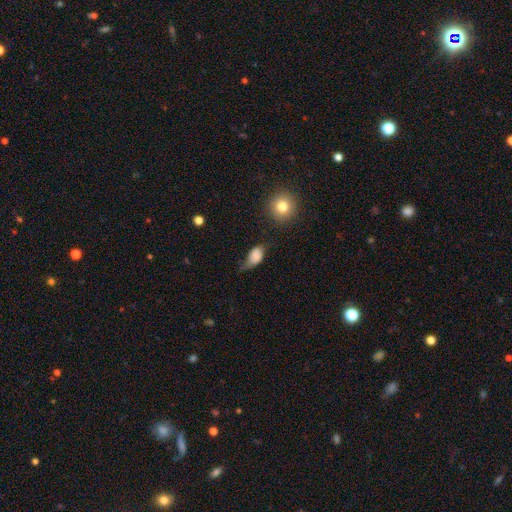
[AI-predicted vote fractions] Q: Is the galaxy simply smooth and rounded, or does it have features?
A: smooth — 80%.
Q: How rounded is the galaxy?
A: in between — 83%.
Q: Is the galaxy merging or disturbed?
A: minor disturbance — 40%.